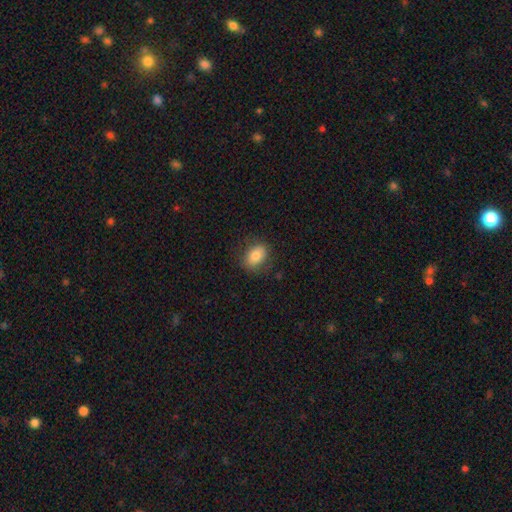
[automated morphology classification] Smooth or featured?
  - smooth: 80% *
  - featured or disk: 11%
  - star or artifact: 8%
How rounded?
  - in between: 71% *
  - round: 27%
  - cigar-shaped: 1%
Merging?
  - none: 80% *
  - minor disturbance: 14%
  - major disturbance: 4%
  - merger: 1%